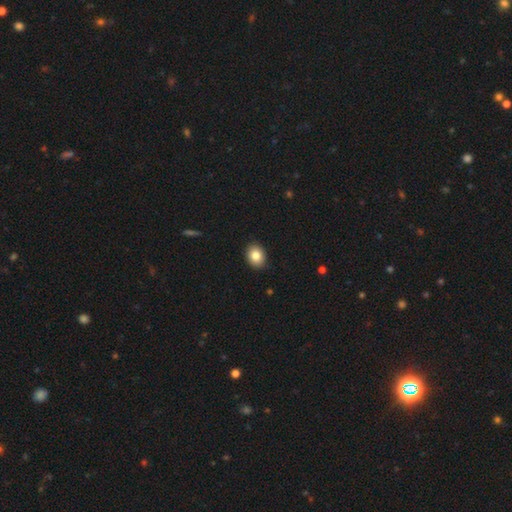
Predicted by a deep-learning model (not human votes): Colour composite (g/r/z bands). It shows a smooth galaxy with no disk features (84%) that is in between round and cigar-shaped (59%). Merging: none (89%).